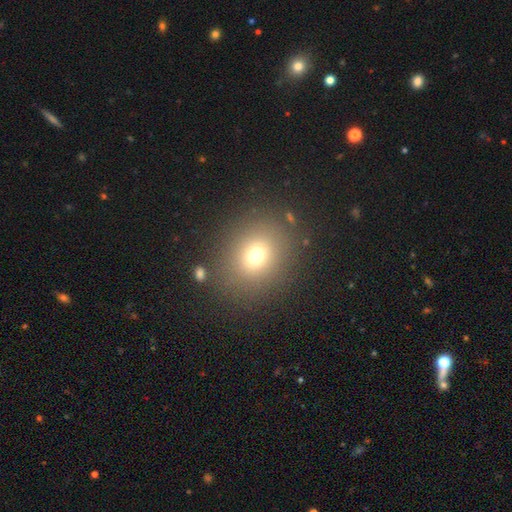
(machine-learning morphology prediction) Smooth or featured? smooth (71%)
How rounded? round (72%)
Merging? none (84%)